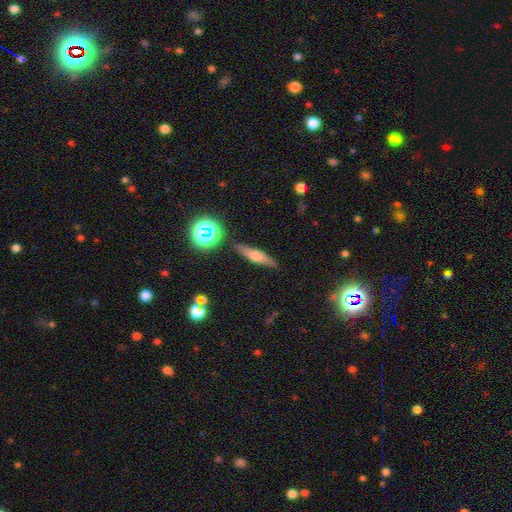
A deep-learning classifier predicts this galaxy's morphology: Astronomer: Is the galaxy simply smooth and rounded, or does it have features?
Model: smooth — 52% (runner-up: featured or disk, 37%).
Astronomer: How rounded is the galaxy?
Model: cigar-shaped — 77%.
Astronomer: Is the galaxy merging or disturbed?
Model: none — 85%.